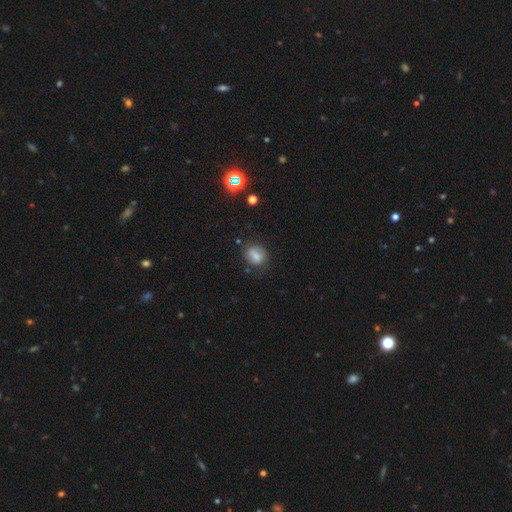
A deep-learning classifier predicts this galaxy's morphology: smooth_or_featured: smooth (p=0.73) [alt: featured or disk p=0.14]
how_rounded: round (p=0.54) [alt: in between p=0.44]
merging: none (p=0.65) [alt: minor disturbance p=0.22]